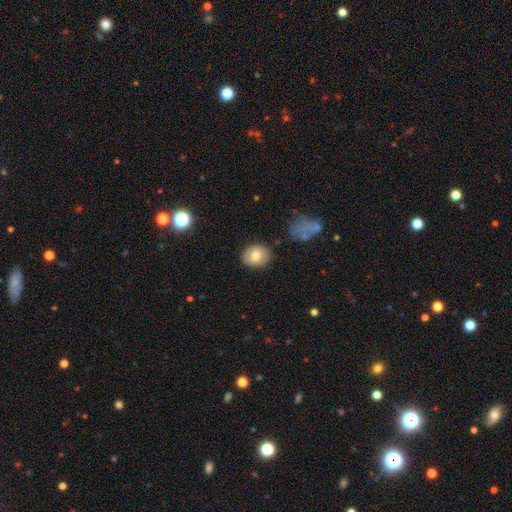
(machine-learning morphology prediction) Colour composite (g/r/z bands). It shows a smooth galaxy with no disk features (76%) that is round (60%). Merging: none (86%).